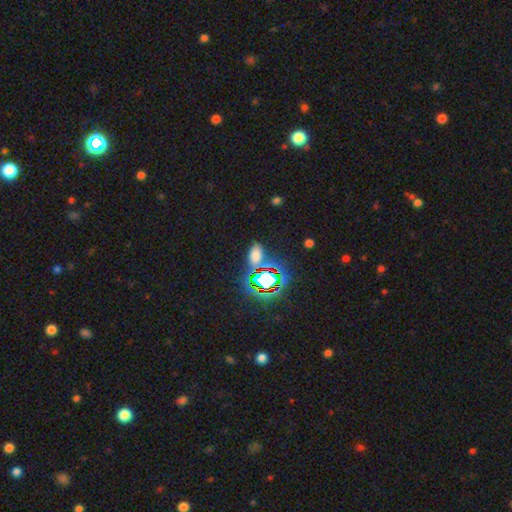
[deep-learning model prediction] Q: Smooth or featured?
A: smooth (57%); runner-up: star or artifact (36%)
Q: How rounded?
A: in between (87%); runner-up: round (9%)
Q: Merging?
A: none (71%); runner-up: minor disturbance (15%)